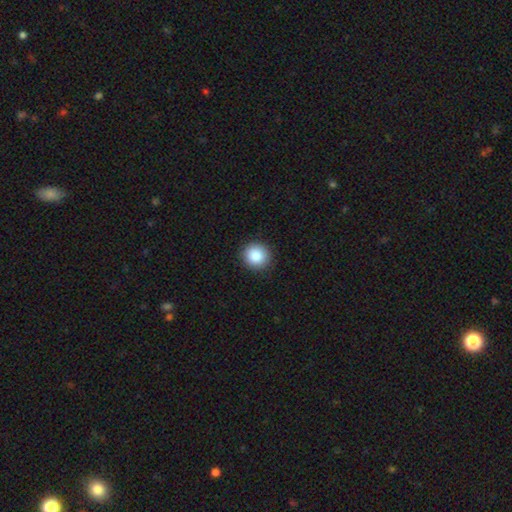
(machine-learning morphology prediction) The model was most divided on "smooth or featured": smooth: 88%, star or artifact: 9%, featured or disk: 4%. More confident: how rounded — round (93%); merging — none (92%).